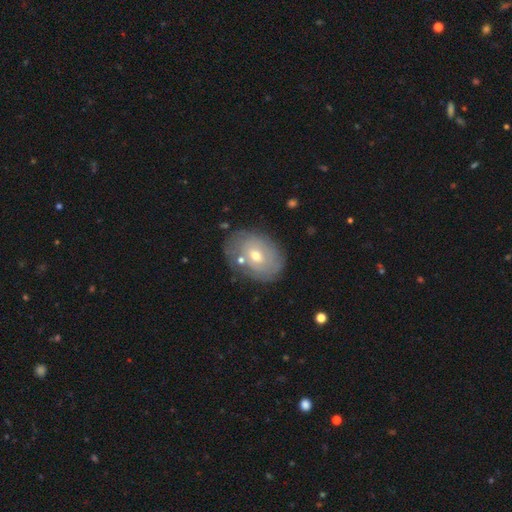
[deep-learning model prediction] Smooth or featured? Predicted: featured or disk (p=0.54). Edge-on disk? Predicted: no (p=0.94). Bar? Predicted: no (p=0.63). Spiral arms? Predicted: no (p=0.52). Bulge size? Predicted: moderate (p=0.58). Merging? Predicted: none (p=0.74).